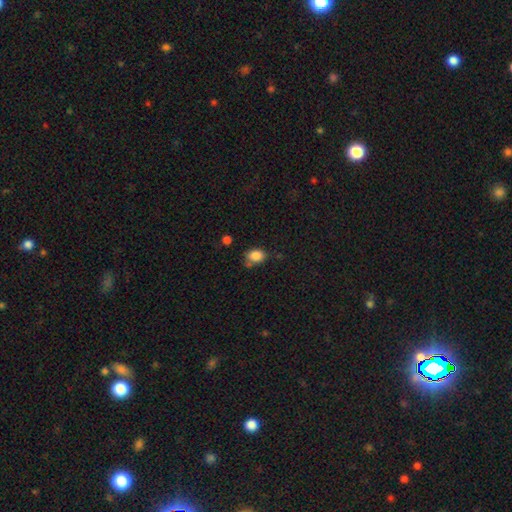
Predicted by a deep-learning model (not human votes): Smooth or featured? smooth (85%)
How rounded? in between (70%)
Merging? none (59%)